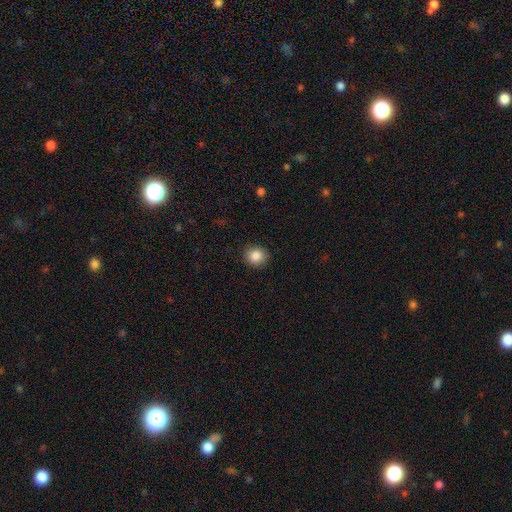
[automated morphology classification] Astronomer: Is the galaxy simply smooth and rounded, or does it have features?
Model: smooth — 86%.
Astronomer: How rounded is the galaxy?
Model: round — 85%.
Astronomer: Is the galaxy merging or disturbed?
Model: none — 90%.